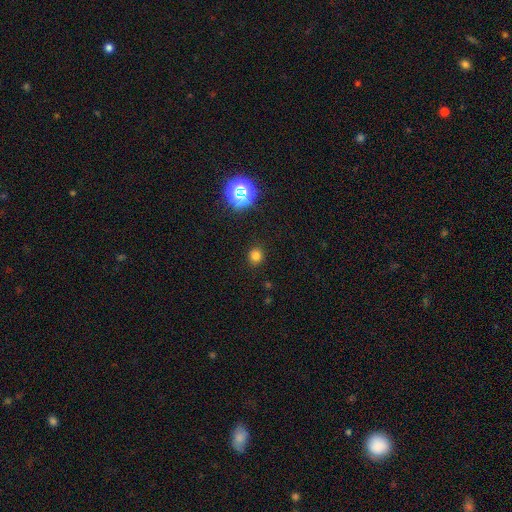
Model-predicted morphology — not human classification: smooth_or_featured: smooth (p=0.76) [alt: star or artifact p=0.19]
how_rounded: round (p=0.89) [alt: in between p=0.10]
merging: none (p=0.90) [alt: minor disturbance p=0.06]